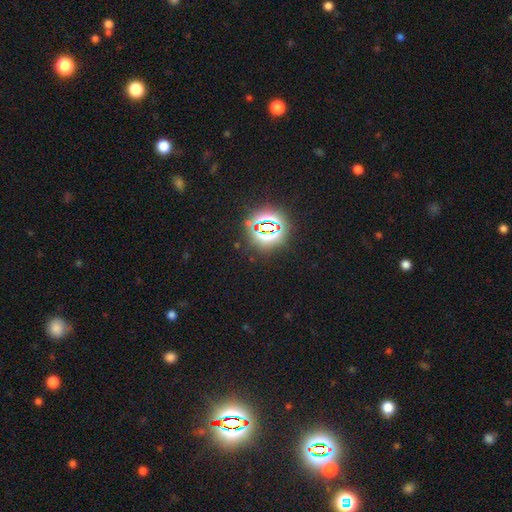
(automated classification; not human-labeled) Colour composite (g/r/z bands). It shows a star or artifact, not a galaxy (81%).